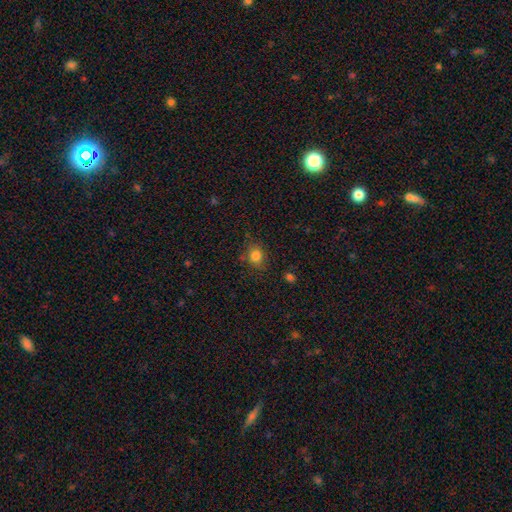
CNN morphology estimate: A smooth galaxy with no disk features (81%) that is round (63%).

Vote fractions:
- Smooth or featured? smooth: 81% / star or artifact: 12% / featured or disk: 7%
- How rounded? round: 63% / in between: 36% / cigar-shaped: 1%
- Merging? none: 78% / minor disturbance: 15% / major disturbance: 4% / merger: 2%